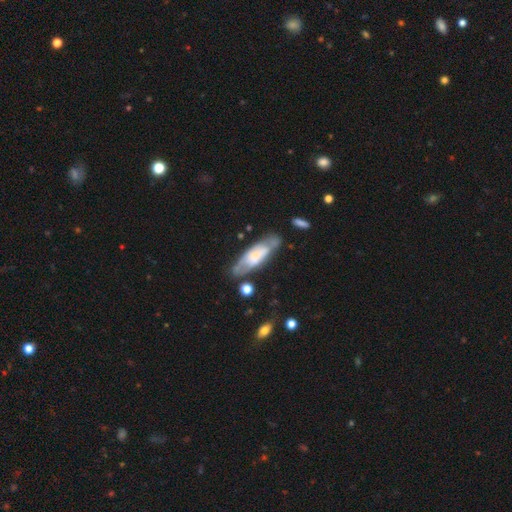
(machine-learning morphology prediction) Q: Smooth or featured?
A: featured or disk (51%); runner-up: smooth (43%)
Q: Edge-on disk?
A: no (71%); runner-up: yes (29%)
Q: Merging?
A: none (60%); runner-up: minor disturbance (23%)